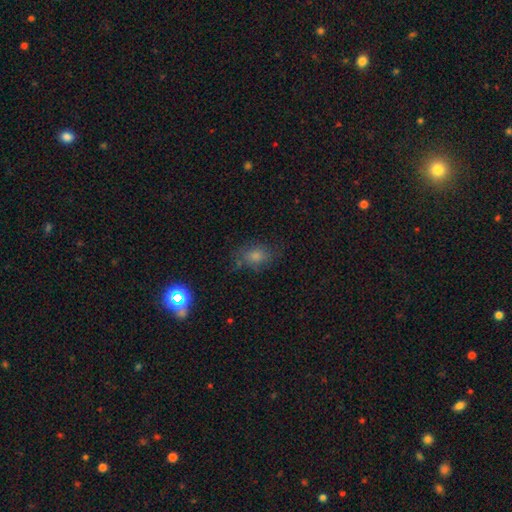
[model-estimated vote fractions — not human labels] The model was most divided on "how rounded": in between: 64%, round: 34%, cigar-shaped: 2%. More confident: merging — none (67%); smooth or featured — smooth (59%).